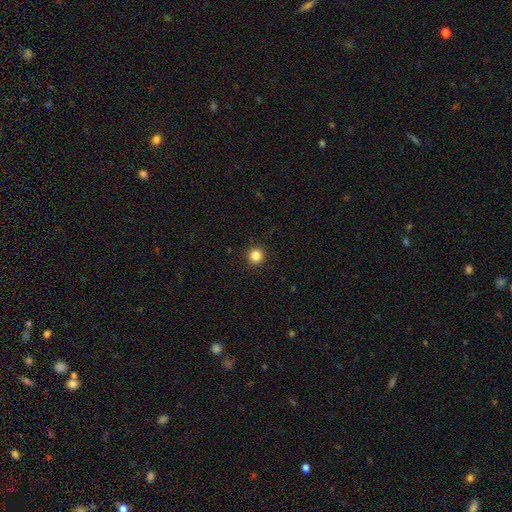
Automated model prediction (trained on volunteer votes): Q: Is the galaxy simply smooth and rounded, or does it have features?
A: smooth — 84%.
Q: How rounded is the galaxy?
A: round — 93%.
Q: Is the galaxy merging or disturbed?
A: none — 92%.